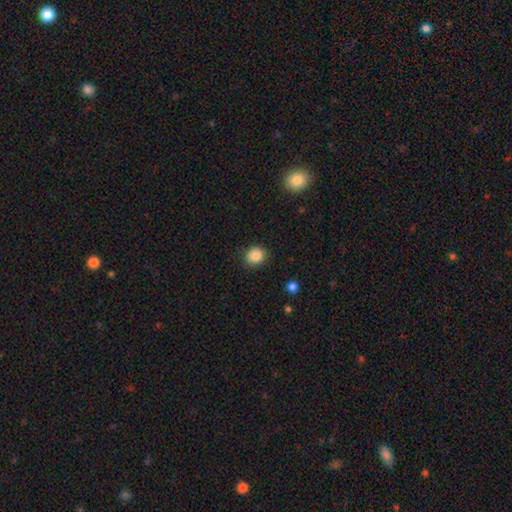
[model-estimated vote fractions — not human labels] A smooth galaxy with no disk features (85%) that is round (75%). Merging: none (87%).